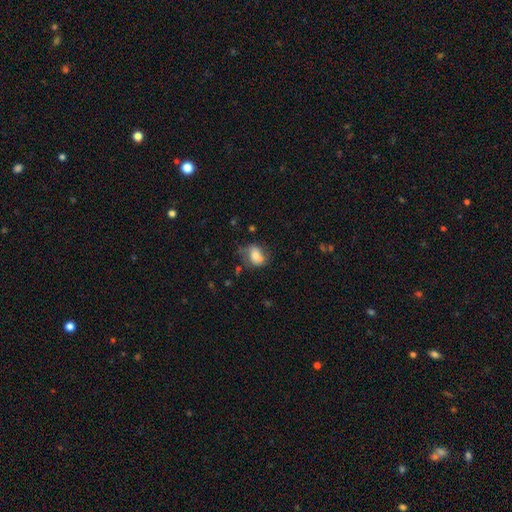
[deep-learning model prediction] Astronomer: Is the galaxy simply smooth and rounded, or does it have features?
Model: smooth — 69%.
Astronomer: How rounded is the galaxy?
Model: in between — 69%.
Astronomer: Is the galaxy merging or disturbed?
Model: none — 51% (runner-up: minor disturbance, 29%).